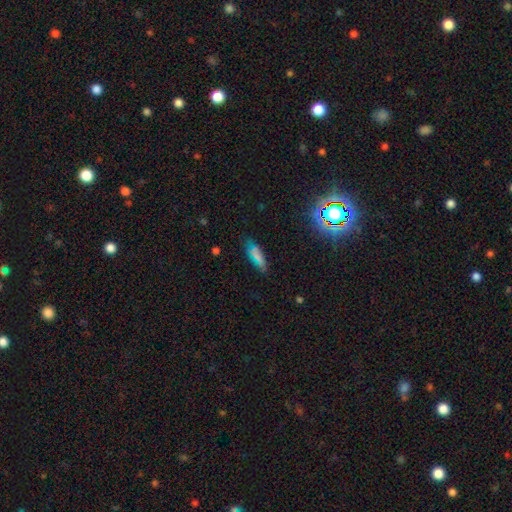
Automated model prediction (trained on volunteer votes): A smooth galaxy with no disk features (62%) that is in between round and cigar-shaped (52%).

Vote fractions:
- Smooth or featured? smooth: 62% / featured or disk: 20% / star or artifact: 18%
- How rounded? in between: 52% / cigar-shaped: 44% / round: 4%
- Merging? none: 72% / minor disturbance: 19% / major disturbance: 6% / merger: 3%